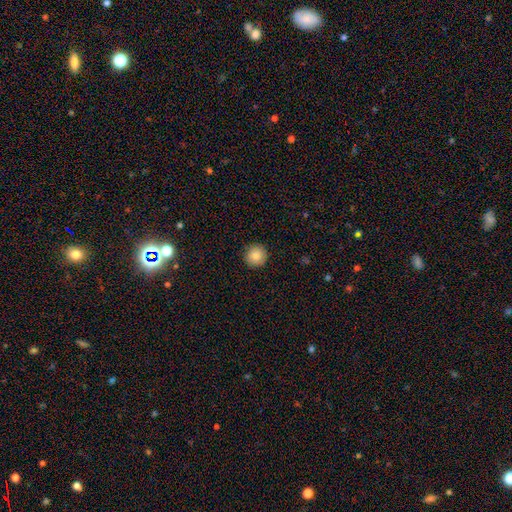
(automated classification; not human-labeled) Smooth or featured? Predicted: smooth (p=0.85). How rounded? Predicted: round (p=0.95). Merging? Predicted: none (p=0.92).